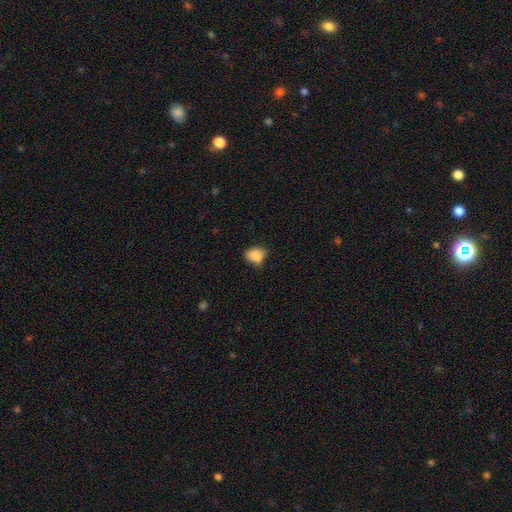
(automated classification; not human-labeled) Overall: smooth (87%). How rounded: in between (61%; round 38%). Merging: none (64%; minor disturbance 29%).